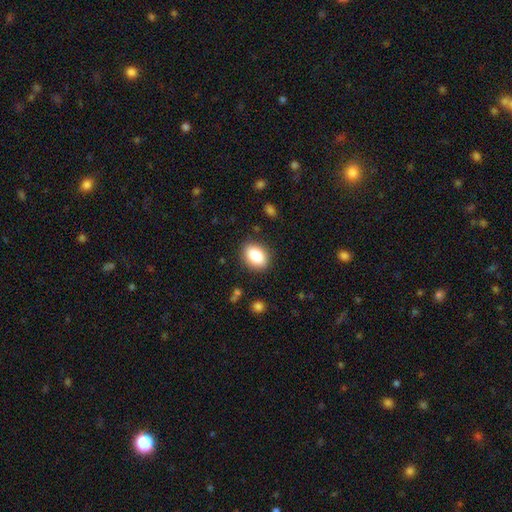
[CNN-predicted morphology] smooth-or-featured: smooth: 84% | star or artifact: 8% | featured or disk: 8%
  how-rounded: in between: 77% | round: 21% | cigar-shaped: 1%
  merging: none: 86% | minor disturbance: 10% | major disturbance: 3% | merger: 1%